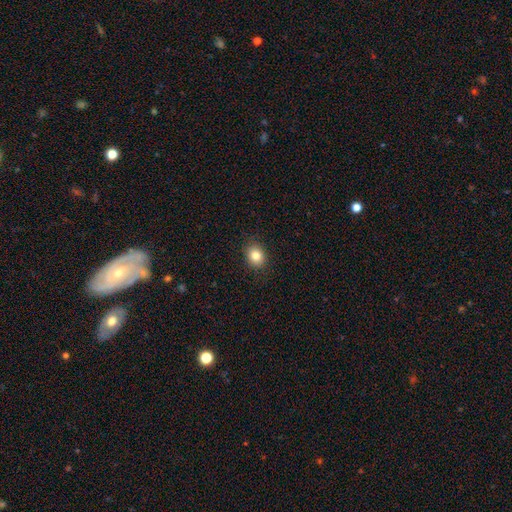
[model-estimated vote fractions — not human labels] A smooth galaxy with no disk features (84%) that is round (60%).

Vote fractions:
- Smooth or featured? smooth: 84% / star or artifact: 10% / featured or disk: 6%
- How rounded? round: 60% / in between: 39% / cigar-shaped: 1%
- Merging? none: 89% / minor disturbance: 8% / major disturbance: 2% / merger: 1%